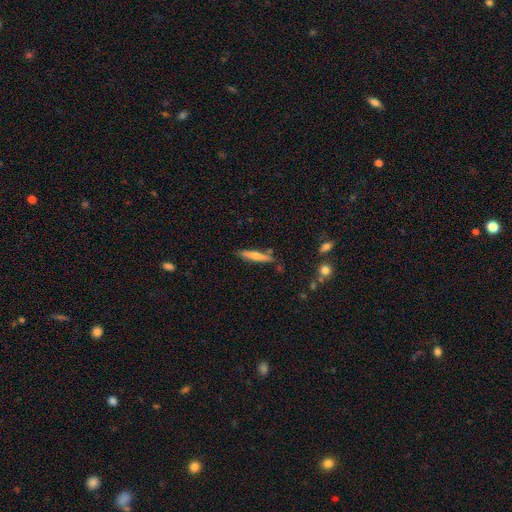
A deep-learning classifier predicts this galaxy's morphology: Smooth or featured? smooth (48%)
Merging? none (85%)